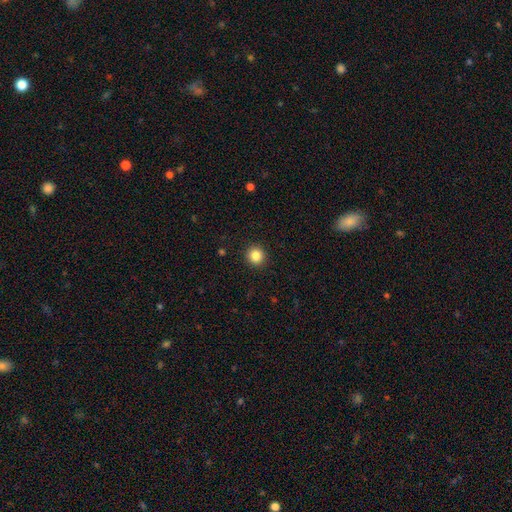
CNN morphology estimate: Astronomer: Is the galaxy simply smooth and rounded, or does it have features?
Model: smooth — 85%.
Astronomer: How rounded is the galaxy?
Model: round — 94%.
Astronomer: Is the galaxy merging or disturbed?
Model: none — 93%.